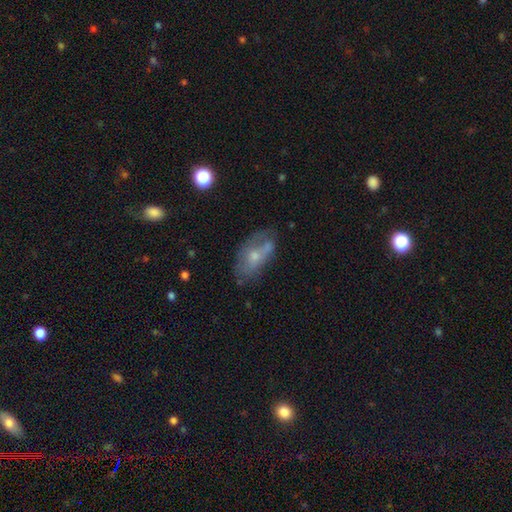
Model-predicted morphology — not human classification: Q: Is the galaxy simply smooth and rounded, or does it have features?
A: smooth — 47%.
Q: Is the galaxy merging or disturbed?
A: none — 45%.